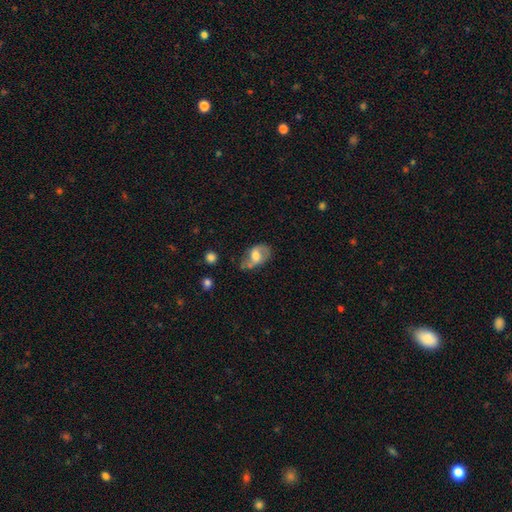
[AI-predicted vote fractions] smooth_or_featured: smooth (p=0.47) [alt: featured or disk p=0.45]
merging: none (p=0.46) [alt: minor disturbance p=0.30]